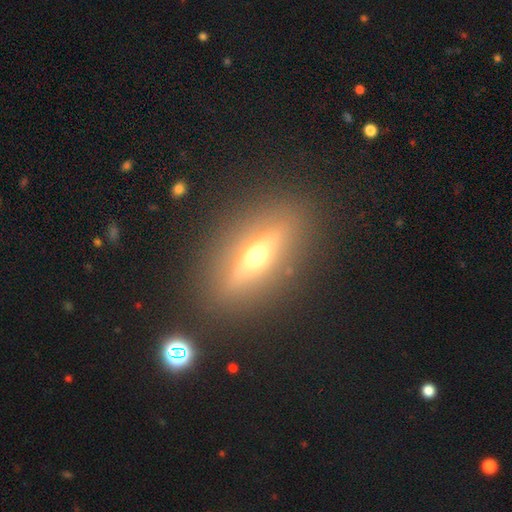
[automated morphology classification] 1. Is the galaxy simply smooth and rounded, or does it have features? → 62% featured or disk, 28% smooth, 10% star or artifact.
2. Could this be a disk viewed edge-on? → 85% yes, 15% no.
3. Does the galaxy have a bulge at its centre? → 95% rounded, 3% boxy, 2% none.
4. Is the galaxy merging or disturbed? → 87% none, 8% minor disturbance, 4% major disturbance, 2% merger.